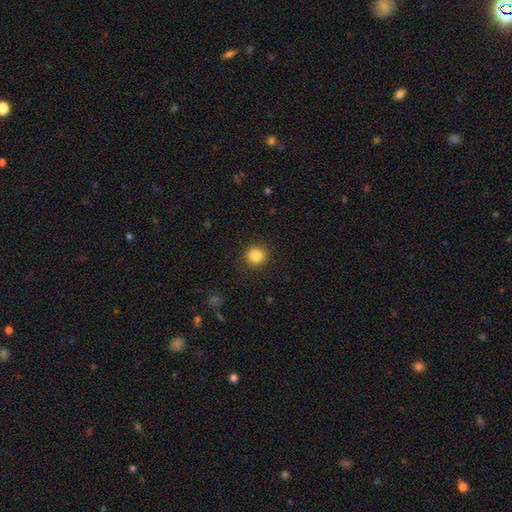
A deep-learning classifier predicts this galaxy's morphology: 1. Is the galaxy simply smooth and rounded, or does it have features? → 85% smooth, 10% star or artifact, 5% featured or disk.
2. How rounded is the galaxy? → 90% round, 9% in between, 1% cigar-shaped.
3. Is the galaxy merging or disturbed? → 90% none, 7% minor disturbance, 2% major disturbance, 1% merger.